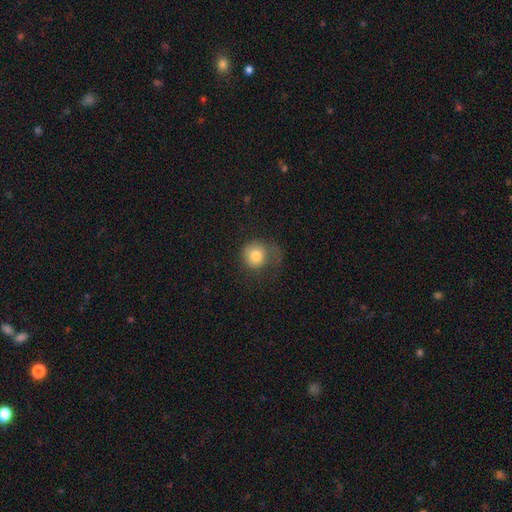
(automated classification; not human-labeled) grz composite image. It shows a smooth galaxy with no disk features (79%) that is round (83%). Merging: none (42%).